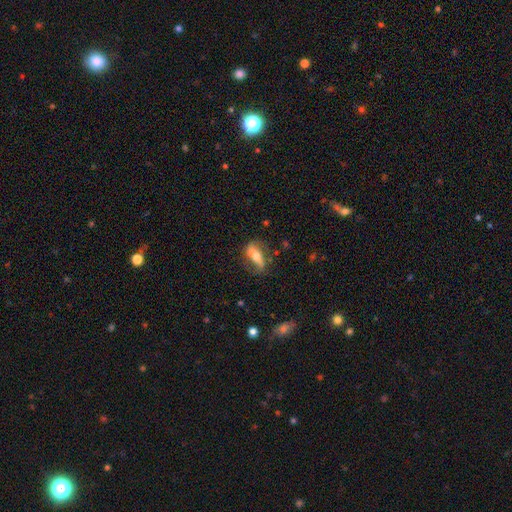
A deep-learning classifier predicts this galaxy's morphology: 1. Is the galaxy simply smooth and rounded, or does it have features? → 57% featured or disk, 36% smooth, 7% star or artifact.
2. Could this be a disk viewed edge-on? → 70% no, 30% yes.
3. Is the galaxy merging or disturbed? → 67% none, 21% minor disturbance, 10% major disturbance, 2% merger.